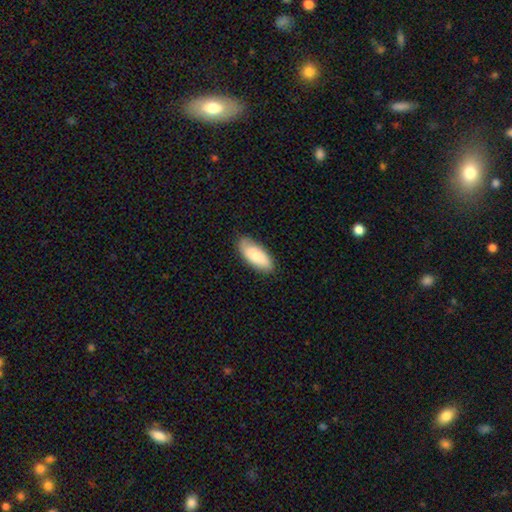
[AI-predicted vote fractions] A smooth galaxy with no disk features (76%) that is in between round and cigar-shaped (85%). Merging: none (83%).